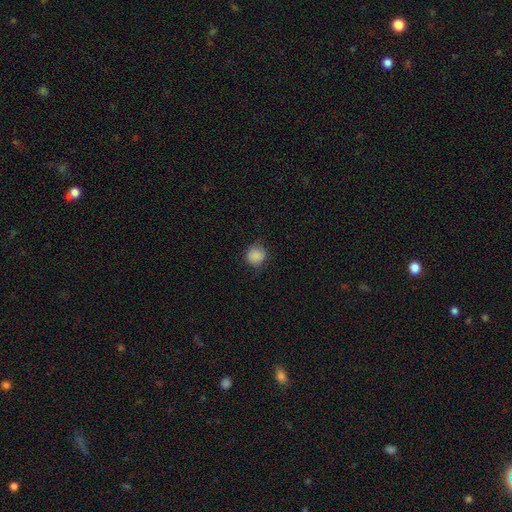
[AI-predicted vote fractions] Smooth or featured? smooth (87%)
How rounded? round (87%)
Merging? none (80%)